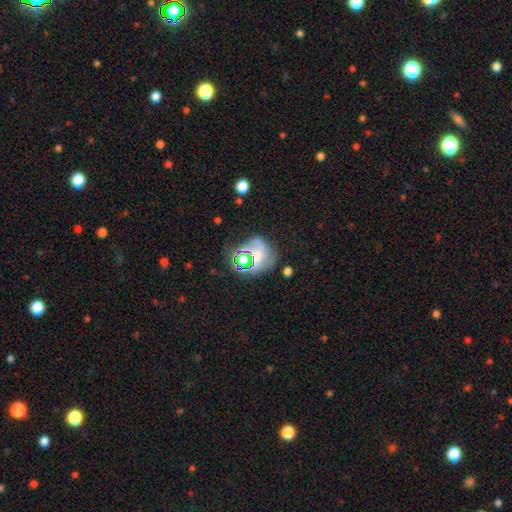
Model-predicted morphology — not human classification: Smooth or featured: smooth — 46% (featured or disk — 28%)
Merging: none — 48% (minor disturbance — 21%)